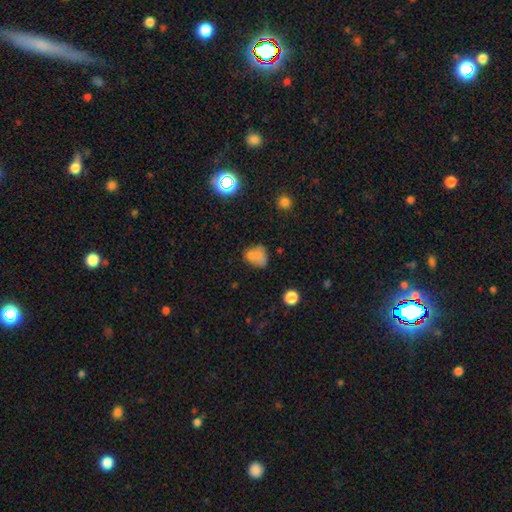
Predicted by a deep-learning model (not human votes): Q: Smooth or featured?
A: smooth (65%); runner-up: featured or disk (21%)
Q: How rounded?
A: round (51%); runner-up: in between (48%)
Q: Merging?
A: none (45%); runner-up: minor disturbance (22%)